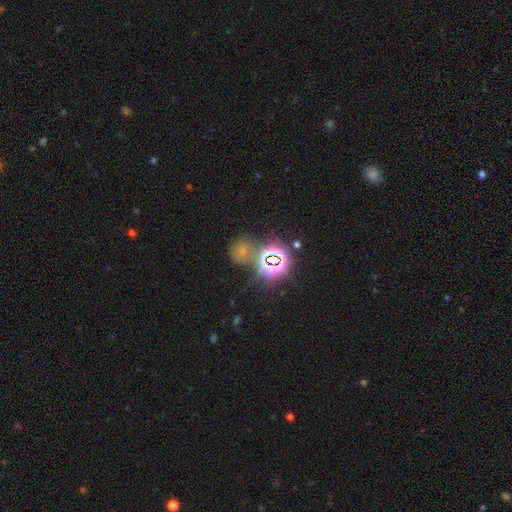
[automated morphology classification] star or artifact 69%, smooth 21%, featured or disk 10%.